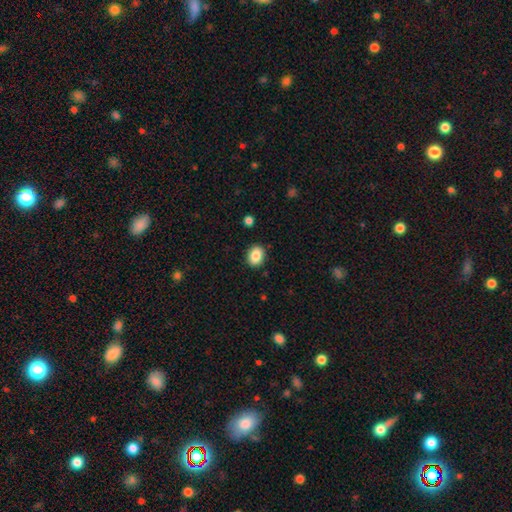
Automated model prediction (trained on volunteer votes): Smooth or featured? smooth (86%)
How rounded? in between (62%)
Merging? none (88%)